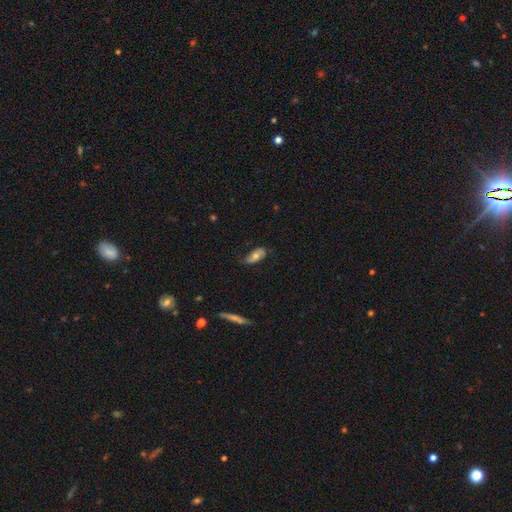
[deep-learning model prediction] A smooth galaxy with no disk features (54%) that is in between round and cigar-shaped (86%). Merging: none (64%).